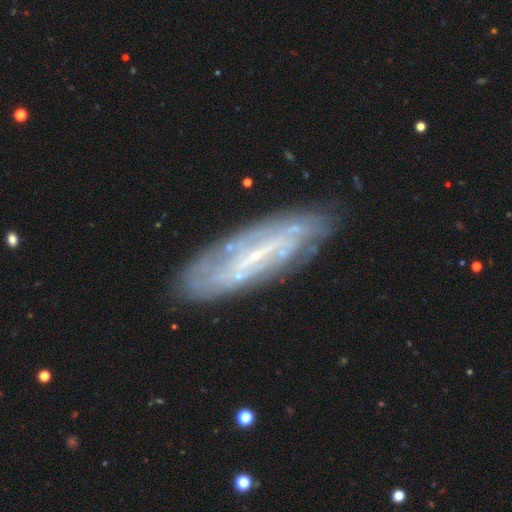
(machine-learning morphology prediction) Smooth or featured? Predicted: featured or disk (p=0.73). Edge-on disk? Predicted: no (p=0.74). Bar? Predicted: strong (p=0.41). Spiral arms? Predicted: yes (p=0.67). Bulge size? Predicted: small (p=0.58). Merging? Predicted: none (p=0.75).